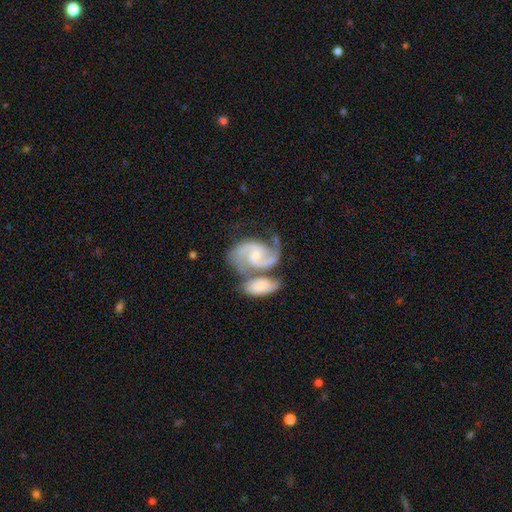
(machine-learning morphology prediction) Q: Smooth or featured?
A: featured or disk (90%); runner-up: smooth (6%)
Q: Edge-on disk?
A: no (98%); runner-up: yes (2%)
Q: Bar?
A: weak (45%); runner-up: no (41%)
Q: Spiral arms?
A: yes (98%); runner-up: no (2%)
Q: Spiral winding?
A: medium (61%); runner-up: tight (22%)
Q: Spiral arm count?
A: 2 (92%); runner-up: can't tell (2%)
Q: Bulge size?
A: small (56%); runner-up: moderate (33%)
Q: Merging?
A: merger (44%); runner-up: none (35%)